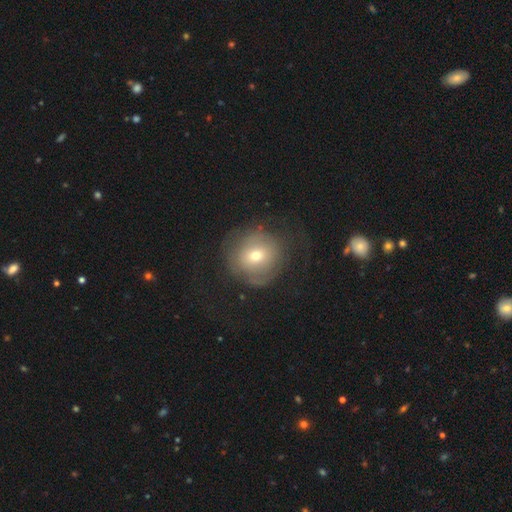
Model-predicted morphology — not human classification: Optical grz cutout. It shows a smooth galaxy with no disk features (55%) that is round (89%). Merging: none (61%).